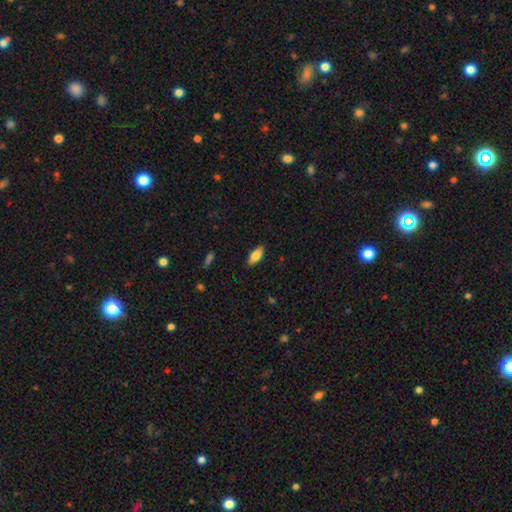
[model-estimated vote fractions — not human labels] smooth-or-featured: smooth: 75% | featured or disk: 19% | star or artifact: 7%
  how-rounded: in between: 81% | cigar-shaped: 17% | round: 2%
  merging: none: 87% | minor disturbance: 9% | major disturbance: 2% | merger: 1%